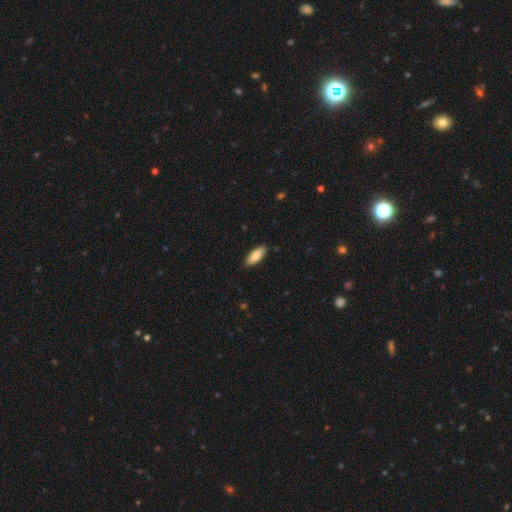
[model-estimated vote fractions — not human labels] Q: Smooth or featured?
A: smooth (82%); runner-up: featured or disk (12%)
Q: How rounded?
A: in between (74%); runner-up: cigar-shaped (24%)
Q: Merging?
A: none (89%); runner-up: minor disturbance (8%)